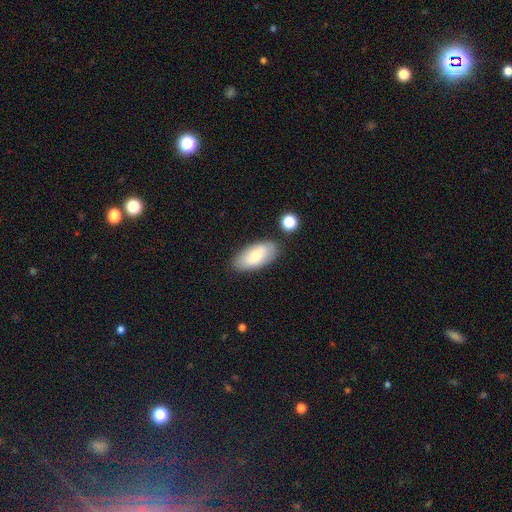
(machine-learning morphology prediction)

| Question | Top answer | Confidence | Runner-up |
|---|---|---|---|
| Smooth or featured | smooth | 71% | featured or disk (22%) |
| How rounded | in between | 92% | cigar-shaped (6%) |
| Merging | none | 79% | minor disturbance (13%) |